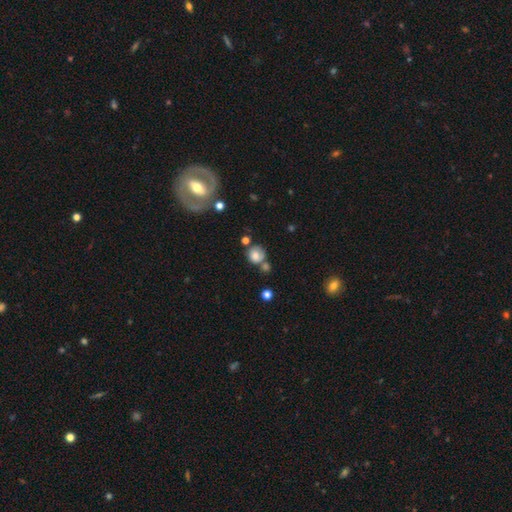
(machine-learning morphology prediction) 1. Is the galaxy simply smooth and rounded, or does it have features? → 70% smooth, 19% featured or disk, 11% star or artifact.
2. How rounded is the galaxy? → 81% round, 18% in between, 1% cigar-shaped.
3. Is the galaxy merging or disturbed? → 52% none, 22% merger, 18% minor disturbance, 7% major disturbance.